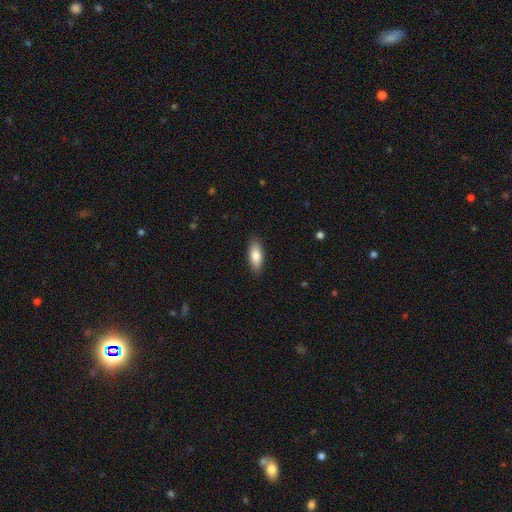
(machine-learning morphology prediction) Smooth or featured: smooth — 81% (featured or disk — 13%)
How rounded: in between — 76% (cigar-shaped — 21%)
Merging: none — 87% (minor disturbance — 9%)